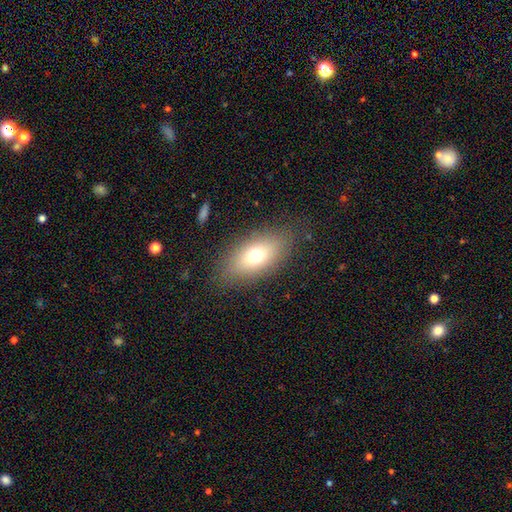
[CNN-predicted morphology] A smooth galaxy with no disk features (70%) that is in between round and cigar-shaped (85%). Merging: none (82%).